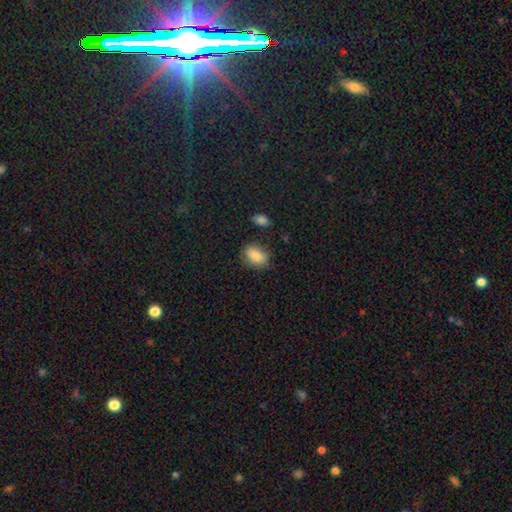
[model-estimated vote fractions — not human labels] This appears to be a smooth galaxy with no disk features (86%) that is in between round and cigar-shaped (83%). Merging: none (72%).